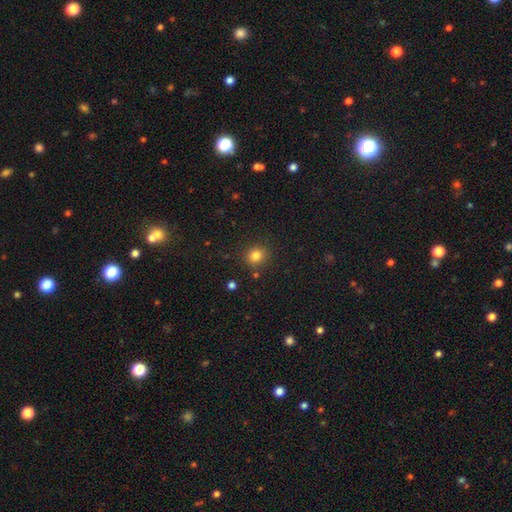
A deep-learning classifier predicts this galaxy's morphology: smooth 82%, star or artifact 13%, featured or disk 5%. Down the decision tree: how rounded — round (82%); merging — none (85%).